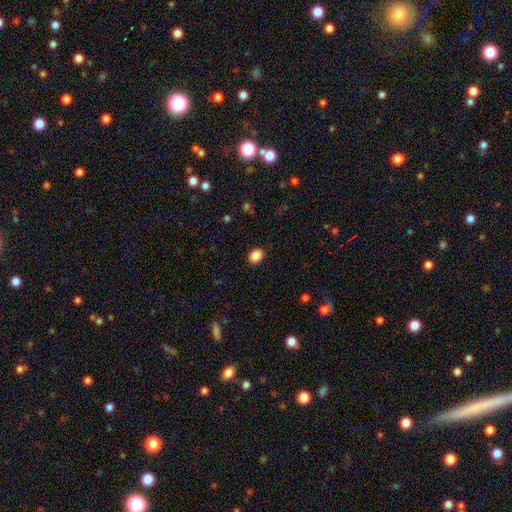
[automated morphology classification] Smooth or featured? Predicted: smooth (p=0.88). How rounded? Predicted: in between (p=0.56). Merging? Predicted: none (p=0.90).